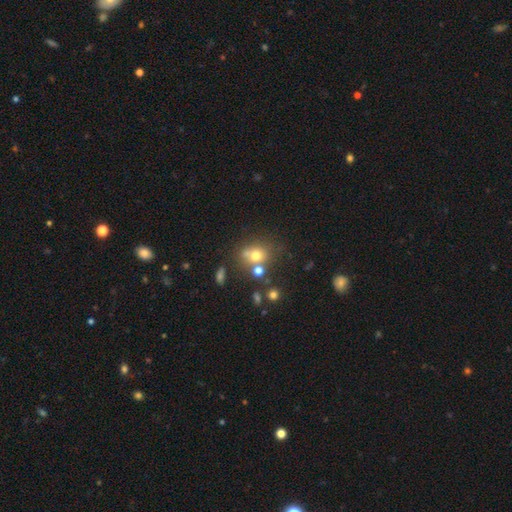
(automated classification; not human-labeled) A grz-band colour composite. It shows a smooth galaxy with no disk features (69%) that is round (67%). Merging: none (51%).